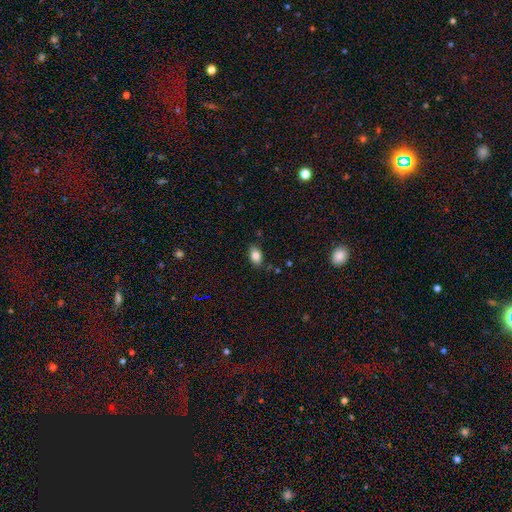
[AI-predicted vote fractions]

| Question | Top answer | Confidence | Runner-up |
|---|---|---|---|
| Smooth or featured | smooth | 84% | star or artifact (9%) |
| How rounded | in between | 85% | round (13%) |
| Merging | none | 83% | minor disturbance (13%) |